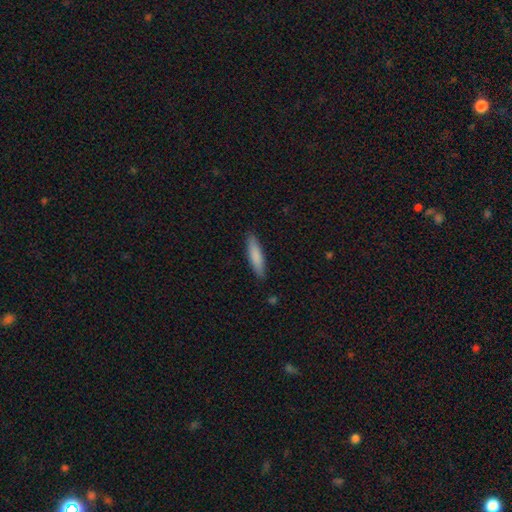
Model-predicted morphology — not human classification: Smooth or featured?
  - smooth: 83% *
  - featured or disk: 12%
  - star or artifact: 5%
How rounded?
  - cigar-shaped: 78% *
  - in between: 20%
  - round: 1%
Merging?
  - none: 89% *
  - minor disturbance: 9%
  - major disturbance: 2%
  - merger: 1%